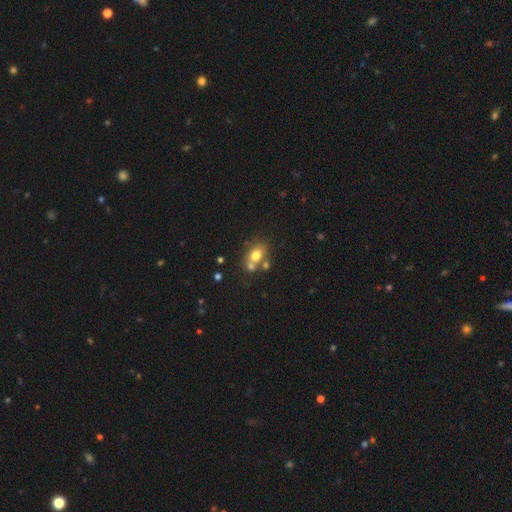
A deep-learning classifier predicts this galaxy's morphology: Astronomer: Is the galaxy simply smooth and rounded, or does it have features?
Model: smooth — 73%.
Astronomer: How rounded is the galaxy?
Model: in between — 63%.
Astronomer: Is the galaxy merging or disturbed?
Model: none — 49% (runner-up: merger, 34%).